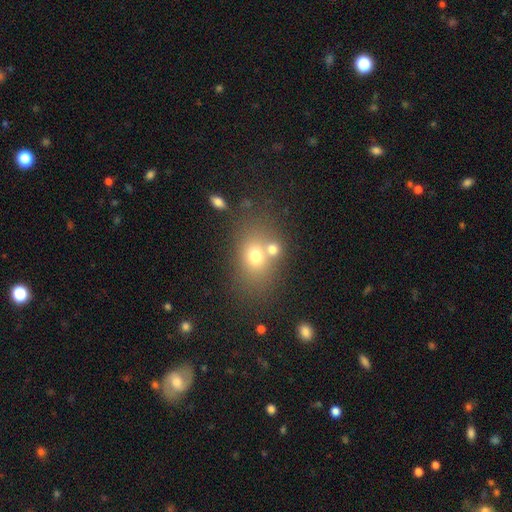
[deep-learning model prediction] A smooth galaxy with no disk features (67%) that is in between round and cigar-shaped (61%).

Vote fractions:
- Smooth or featured? smooth: 67% / featured or disk: 17% / star or artifact: 15%
- How rounded? in between: 61% / round: 37% / cigar-shaped: 1%
- Merging? none: 56% / merger: 27% / minor disturbance: 11% / major disturbance: 5%